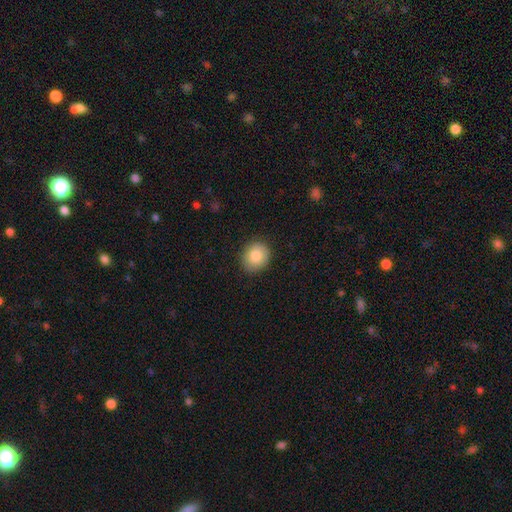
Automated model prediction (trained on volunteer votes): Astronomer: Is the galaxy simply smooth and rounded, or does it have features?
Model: smooth — 83%.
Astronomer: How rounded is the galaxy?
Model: round — 73%.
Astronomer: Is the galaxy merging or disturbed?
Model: none — 87%.